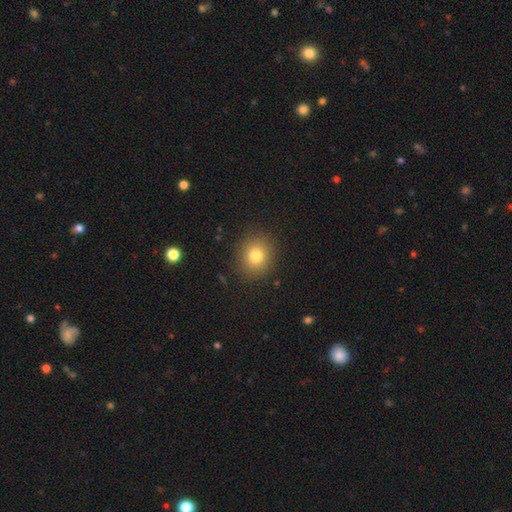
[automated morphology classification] Smooth or featured? Predicted: smooth (p=0.80). How rounded? Predicted: round (p=0.81). Merging? Predicted: none (p=0.88).